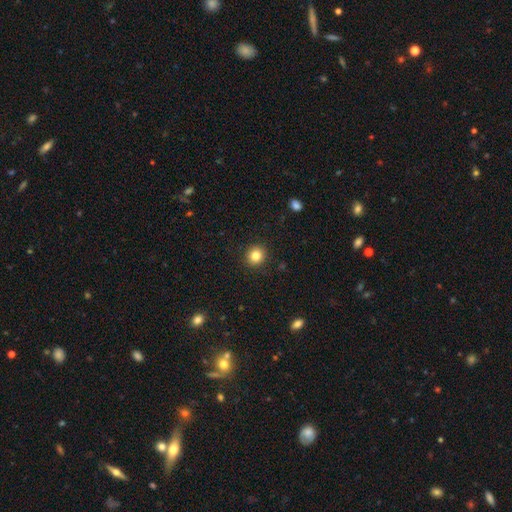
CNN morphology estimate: This appears to be a smooth galaxy with no disk features (83%) that is round (85%). Merging: none (91%).